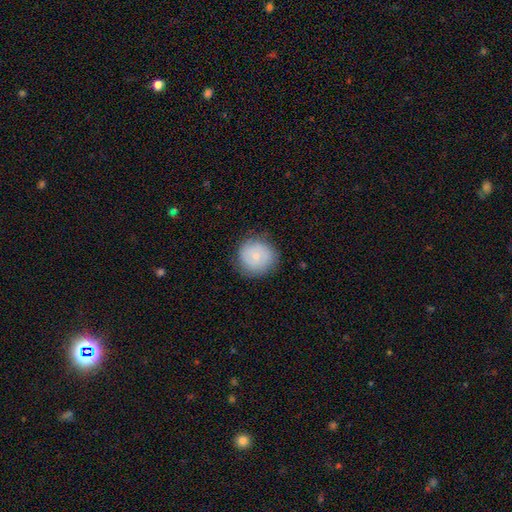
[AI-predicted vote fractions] Smooth or featured? smooth (68%)
How rounded? round (92%)
Merging? none (82%)